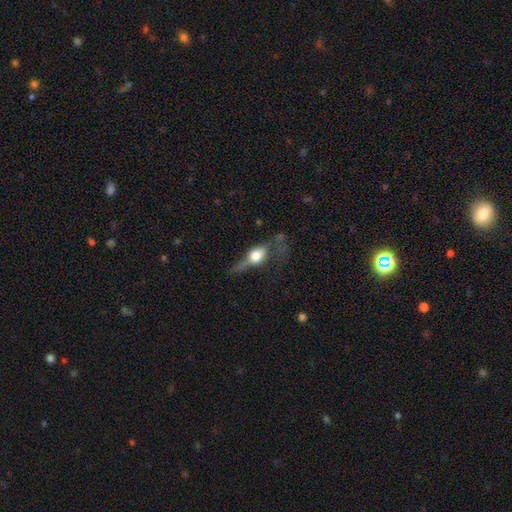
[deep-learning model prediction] featured or disk 47%, smooth 44%, star or artifact 9%. Down the decision tree: merging — none (37%).